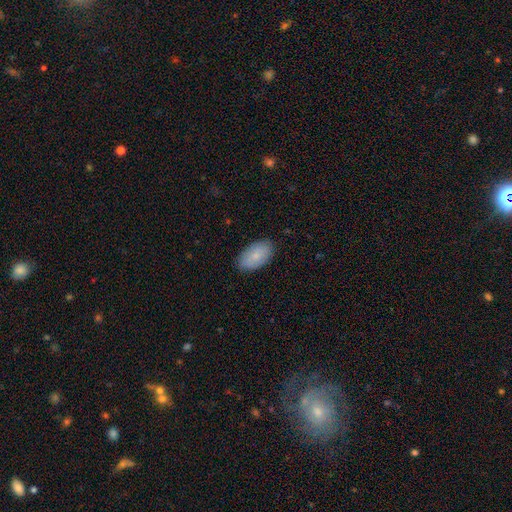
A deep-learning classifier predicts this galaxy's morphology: This is clearly a smooth galaxy (82%). How rounded: clearly in between (95%). Merging: clearly none (86%).